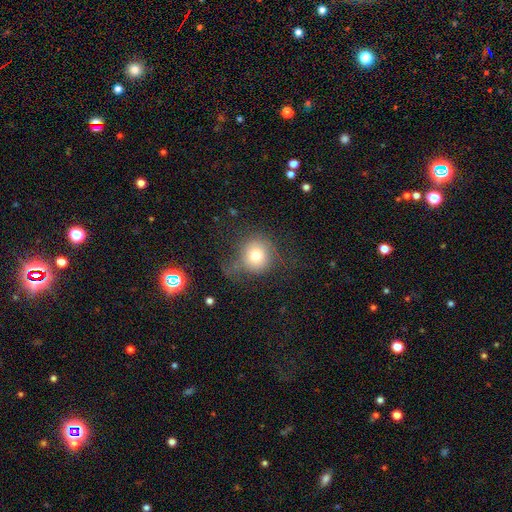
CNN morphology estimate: Overall: smooth (71%). How rounded: round (88%). Merging: none (49%; minor disturbance 24%).